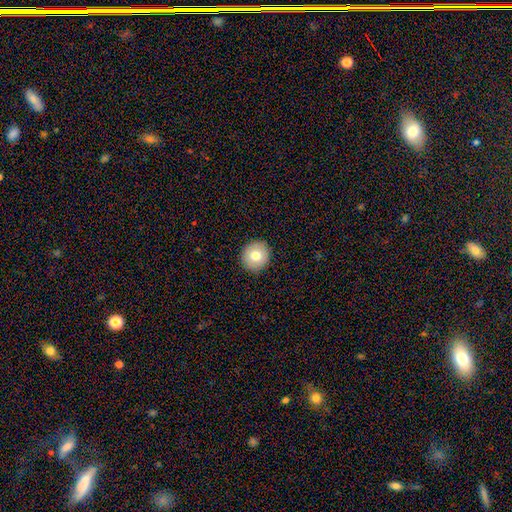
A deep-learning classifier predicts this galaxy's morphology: Smooth or featured: smooth — 76% (featured or disk — 16%)
How rounded: round — 91% (in between — 8%)
Merging: none — 92% (minor disturbance — 6%)